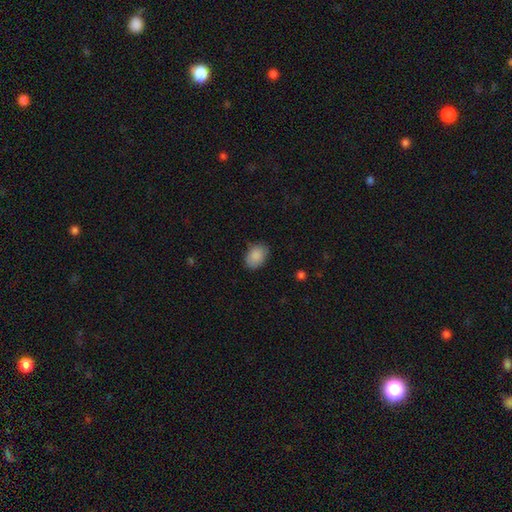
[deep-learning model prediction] smooth 88%, star or artifact 7%, featured or disk 5%. Down the decision tree: how rounded — in between (81%); merging — none (80%).